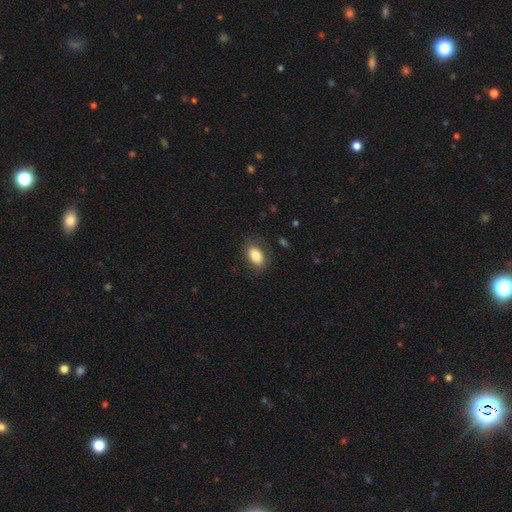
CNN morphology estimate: smooth_or_featured: smooth (p=0.84) [alt: featured or disk p=0.09]
how_rounded: in between (p=0.89) [alt: round p=0.09]
merging: none (p=0.79) [alt: minor disturbance p=0.15]